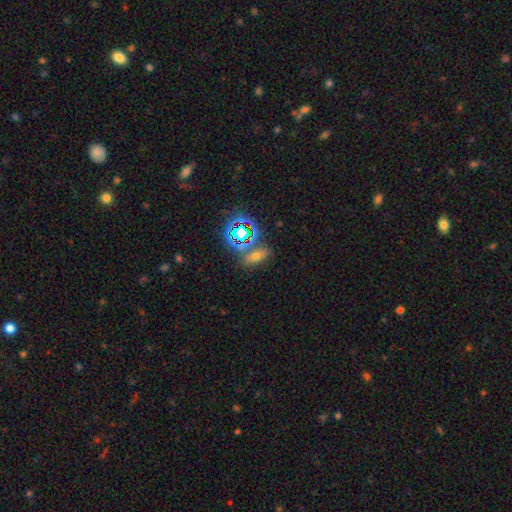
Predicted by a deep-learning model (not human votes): This is marginally a smooth galaxy (43%). Merging: likely none (69%).